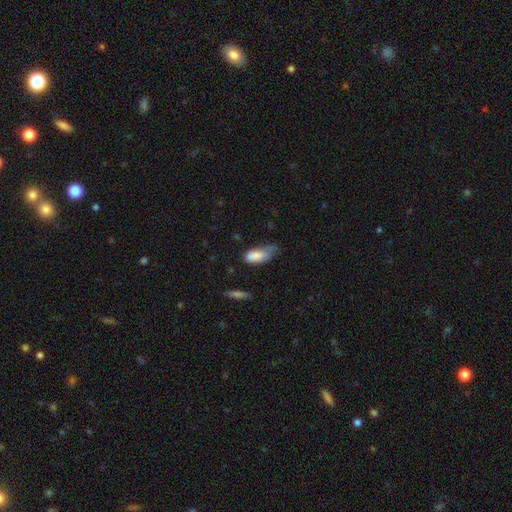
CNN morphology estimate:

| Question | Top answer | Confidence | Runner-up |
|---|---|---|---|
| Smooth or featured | smooth | 79% | featured or disk (13%) |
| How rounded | in between | 83% | cigar-shaped (14%) |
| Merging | minor disturbance | 44% | none (27%) |